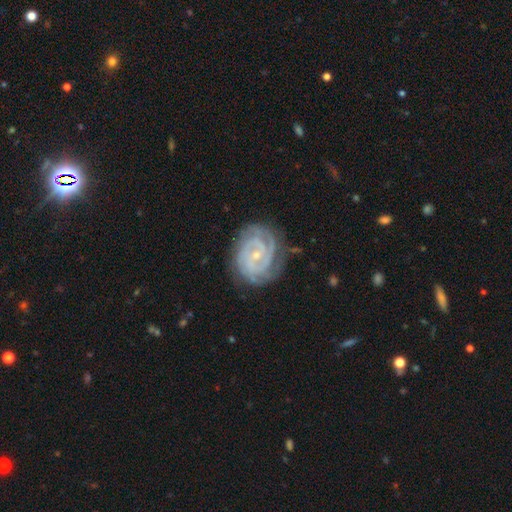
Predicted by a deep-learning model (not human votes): Overall: featured or disk (90%). Edge-on disk: no (98%). Bar: no (57%; weak 33%). Spiral arms: yes (98%). Spiral arm count: 2 (39%; 3 26%). Spiral winding: tight (80%). Bulge size: small (76%). Merging: none (77%).